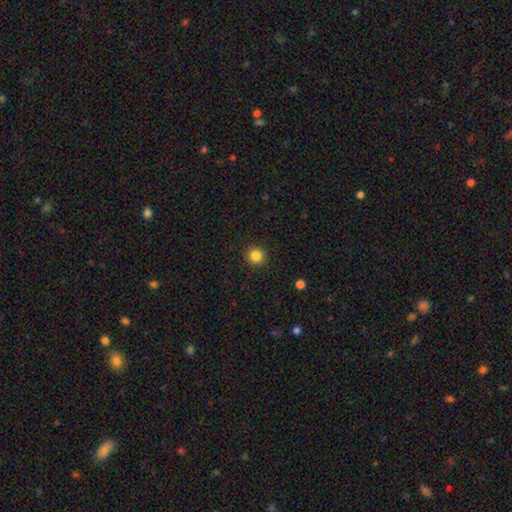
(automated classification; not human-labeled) Morphology: type=smooth (85%); roundness=round (92%); merging=none (91%).